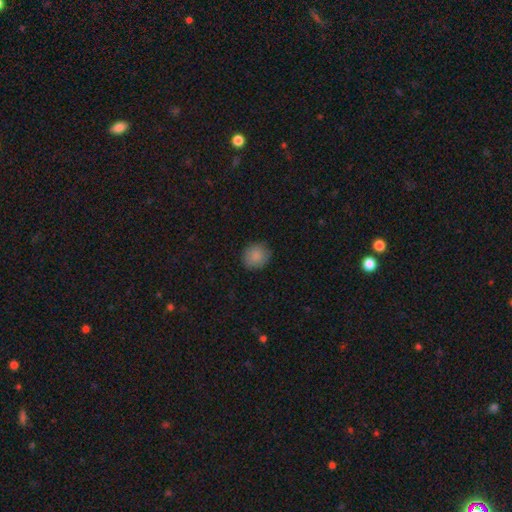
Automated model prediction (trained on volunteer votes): Q: Smooth or featured?
A: smooth (87%); runner-up: star or artifact (8%)
Q: How rounded?
A: round (85%); runner-up: in between (14%)
Q: Merging?
A: none (86%); runner-up: minor disturbance (11%)